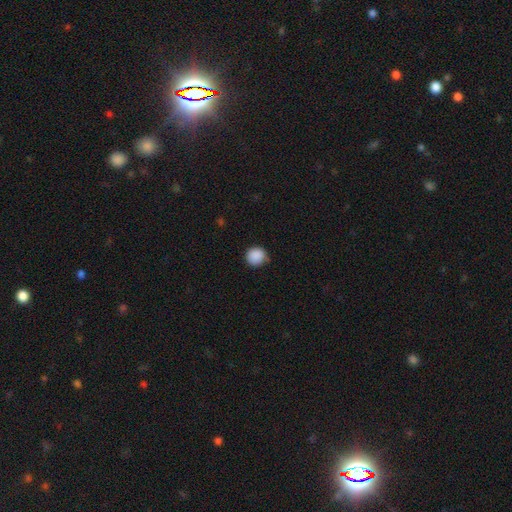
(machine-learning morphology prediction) Overall: smooth (89%). How rounded: round (91%). Merging: none (81%).